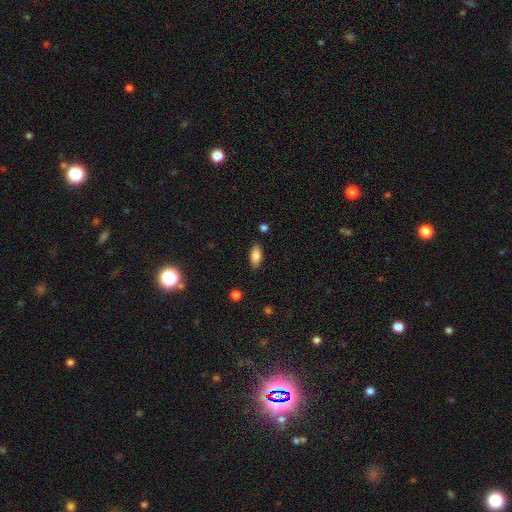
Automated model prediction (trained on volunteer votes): Morphology: type=smooth (82%); roundness=in between (87%); merging=none (86%).